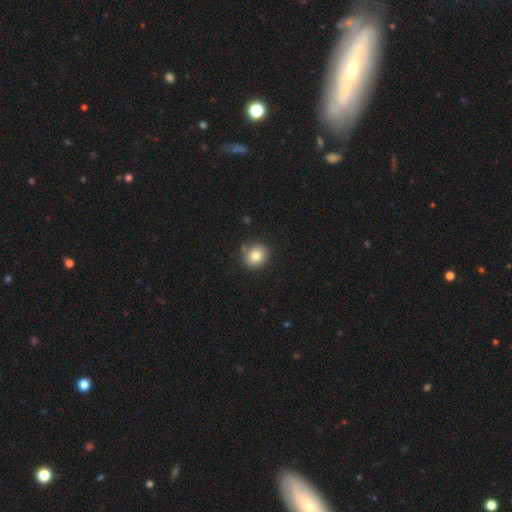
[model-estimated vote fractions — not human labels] A smooth galaxy with no disk features (81%) that is round (86%).

Vote fractions:
- Smooth or featured? smooth: 81% / star or artifact: 11% / featured or disk: 9%
- How rounded? round: 86% / in between: 13% / cigar-shaped: 1%
- Merging? none: 80% / minor disturbance: 13% / merger: 4% / major disturbance: 3%